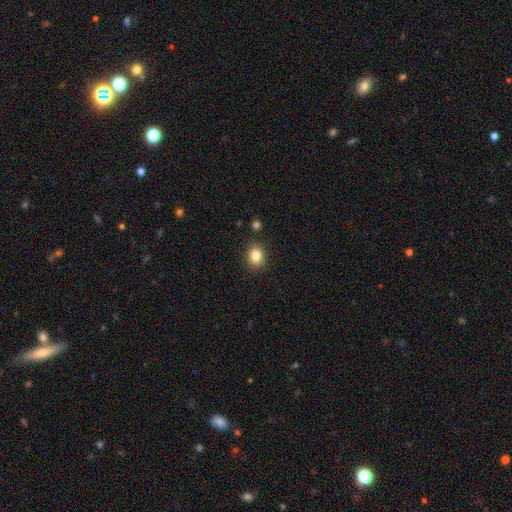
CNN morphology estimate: Q: Smooth or featured?
A: smooth (84%); runner-up: star or artifact (10%)
Q: How rounded?
A: round (63%); runner-up: in between (36%)
Q: Merging?
A: none (87%); runner-up: minor disturbance (8%)